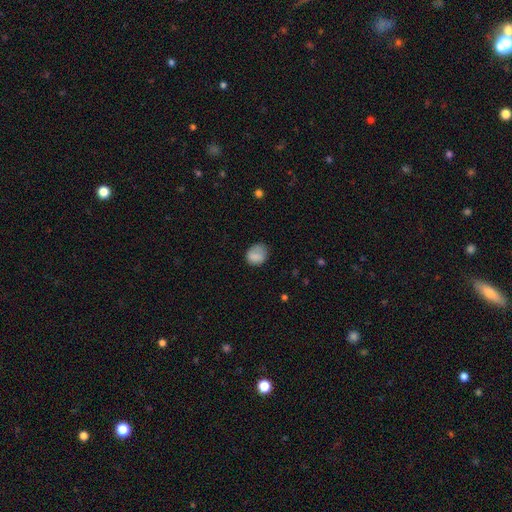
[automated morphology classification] A smooth galaxy with no disk features (82%) that is round (58%).

Vote fractions:
- Smooth or featured? smooth: 82% / featured or disk: 9% / star or artifact: 9%
- How rounded? round: 58% / in between: 41% / cigar-shaped: 1%
- Merging? none: 66% / minor disturbance: 24% / major disturbance: 8% / merger: 2%